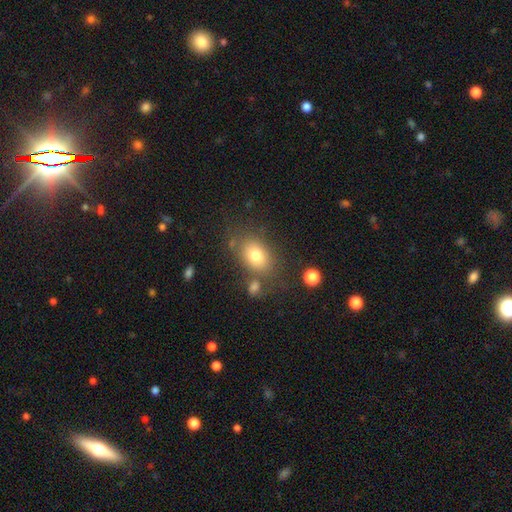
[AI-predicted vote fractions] smooth_or_featured: smooth (p=0.77) [alt: featured or disk p=0.13]
how_rounded: in between (p=0.74) [alt: round p=0.25]
merging: none (p=0.69) [alt: minor disturbance p=0.15]